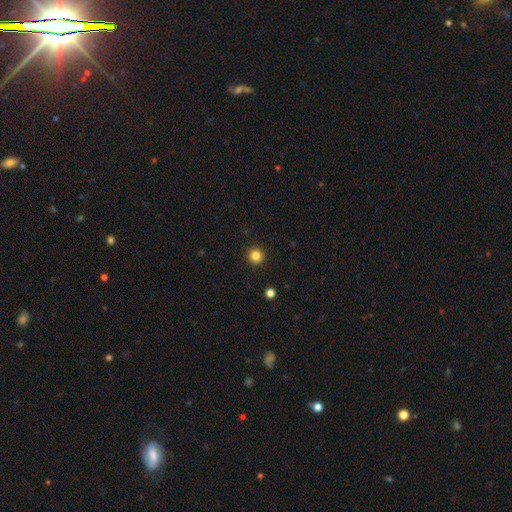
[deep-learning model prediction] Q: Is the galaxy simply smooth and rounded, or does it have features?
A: smooth — 84%.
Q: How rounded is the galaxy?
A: round — 93%.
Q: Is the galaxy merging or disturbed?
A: none — 93%.